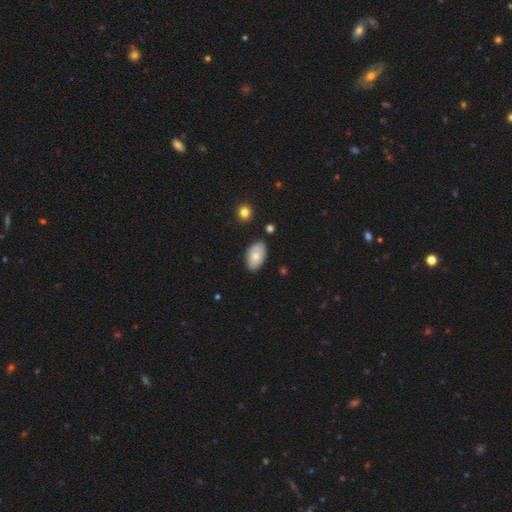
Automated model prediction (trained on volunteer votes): Smooth or featured?
  - smooth: 79% *
  - featured or disk: 15%
  - star or artifact: 7%
How rounded?
  - in between: 94% *
  - round: 4%
  - cigar-shaped: 2%
Merging?
  - none: 79% *
  - minor disturbance: 16%
  - major disturbance: 3%
  - merger: 3%